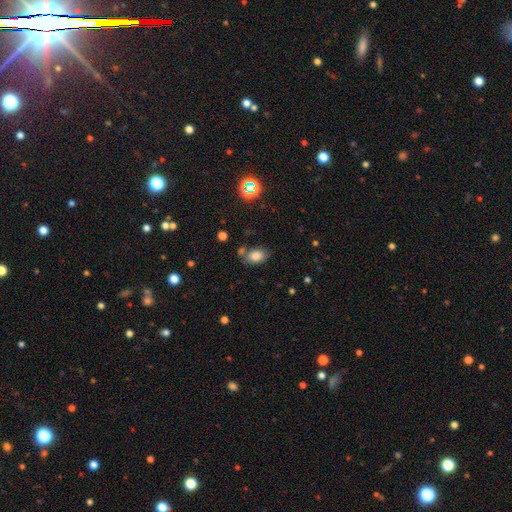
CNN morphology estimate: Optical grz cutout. It shows a smooth galaxy with no disk features (81%) that is in between round and cigar-shaped (84%). Merging: none (65%).